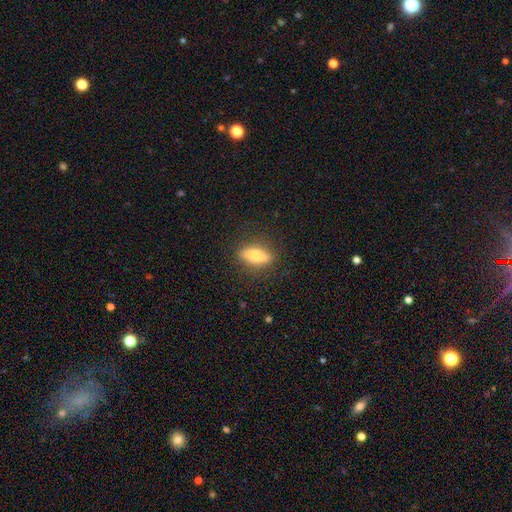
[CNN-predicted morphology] Smooth or featured? smooth (69%)
How rounded? in between (59%)
Merging? none (83%)